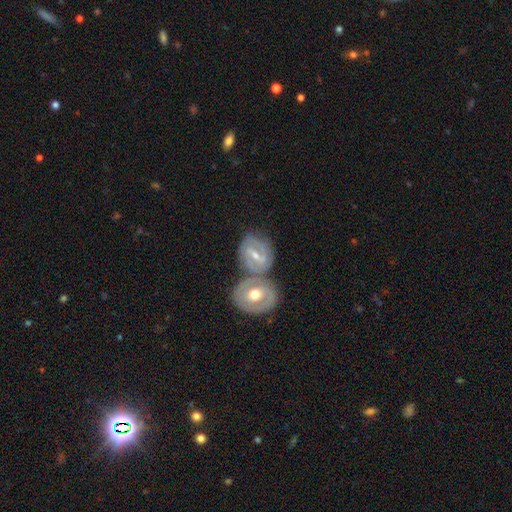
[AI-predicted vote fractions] Smooth or featured? featured or disk (77%)
Edge-on disk? no (96%)
Bar? weak (47%)
Spiral arms? yes (86%)
Spiral winding? tight (54%)
Spiral arm count? 2 (66%)
Bulge size? moderate (58%)
Merging? merger (43%)